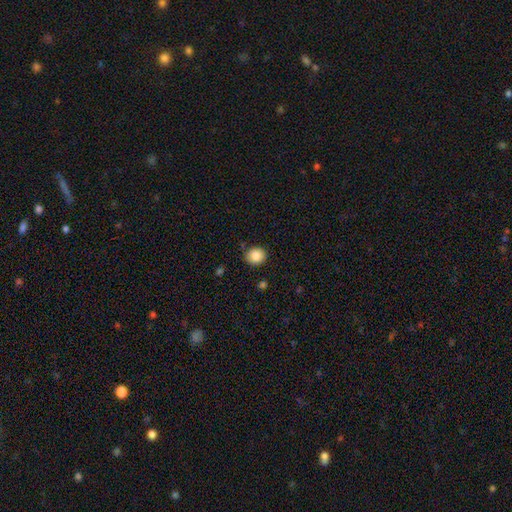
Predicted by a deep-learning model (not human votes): smooth-or-featured: smooth: 85% | star or artifact: 9% | featured or disk: 6%
  how-rounded: round: 80% | in between: 19% | cigar-shaped: 1%
  merging: none: 84% | minor disturbance: 11% | major disturbance: 2% | merger: 2%